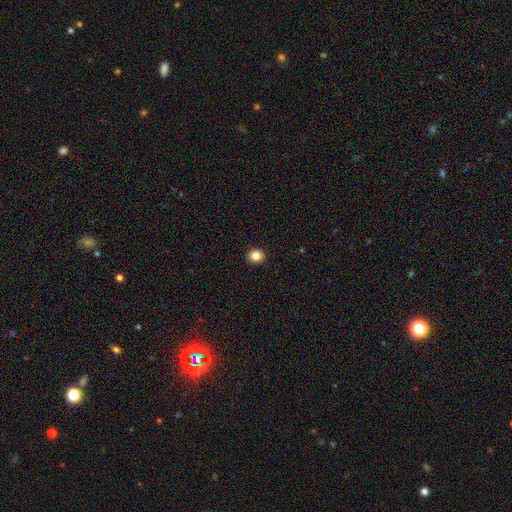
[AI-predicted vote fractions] smooth 85%, star or artifact 10%, featured or disk 5%. Down the decision tree: how rounded — round (71%); merging — none (92%).